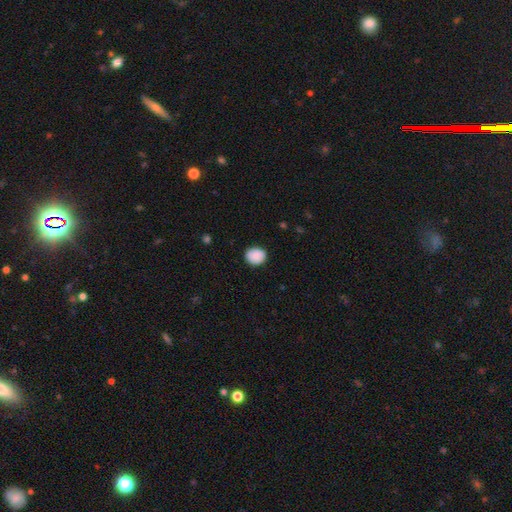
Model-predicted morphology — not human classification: Smooth or featured?
  - smooth: 89% *
  - star or artifact: 7%
  - featured or disk: 4%
How rounded?
  - round: 69% *
  - in between: 31%
  - cigar-shaped: 1%
Merging?
  - none: 85% *
  - minor disturbance: 11%
  - major disturbance: 2%
  - merger: 1%